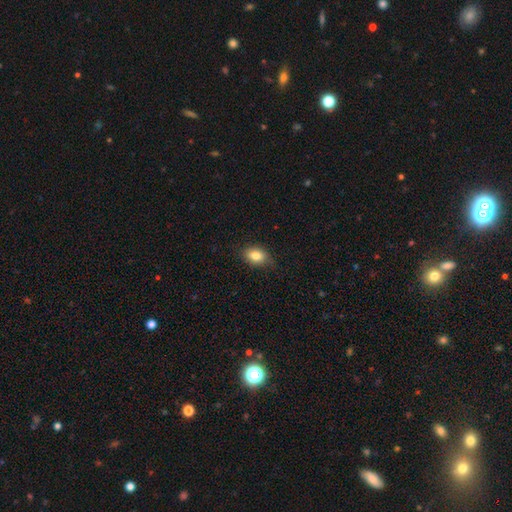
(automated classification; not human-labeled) Overall: smooth (83%). How rounded: in between (79%). Merging: none (80%).